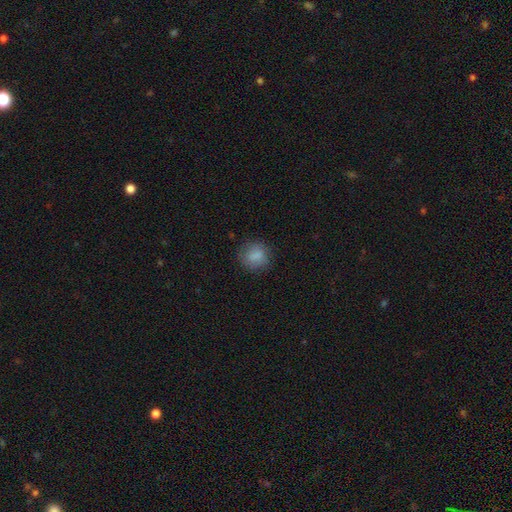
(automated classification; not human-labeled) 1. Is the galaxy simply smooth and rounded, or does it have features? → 83% smooth, 9% star or artifact, 8% featured or disk.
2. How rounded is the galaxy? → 79% round, 20% in between, 1% cigar-shaped.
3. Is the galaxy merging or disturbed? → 79% none, 15% minor disturbance, 5% major disturbance, 1% merger.